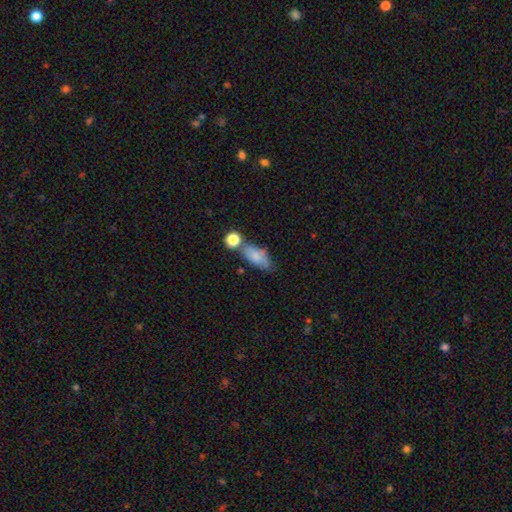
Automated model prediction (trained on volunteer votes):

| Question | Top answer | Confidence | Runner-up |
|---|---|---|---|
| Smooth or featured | smooth | 78% | featured or disk (14%) |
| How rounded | in between | 81% | cigar-shaped (13%) |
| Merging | none | 51% | minor disturbance (21%) |